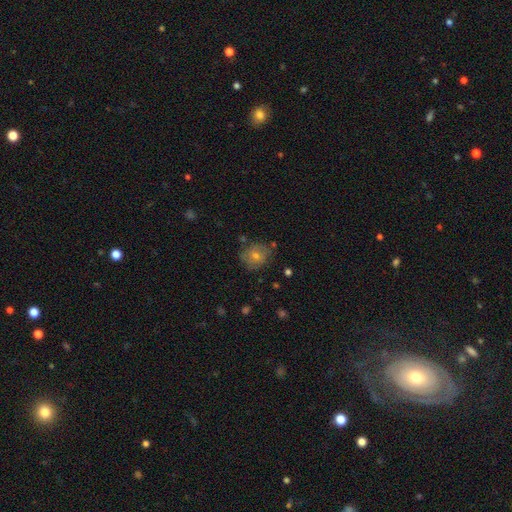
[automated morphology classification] Smooth or featured: smooth — 55% (featured or disk — 29%)
How rounded: round — 69% (in between — 30%)
Merging: none — 73% (minor disturbance — 18%)